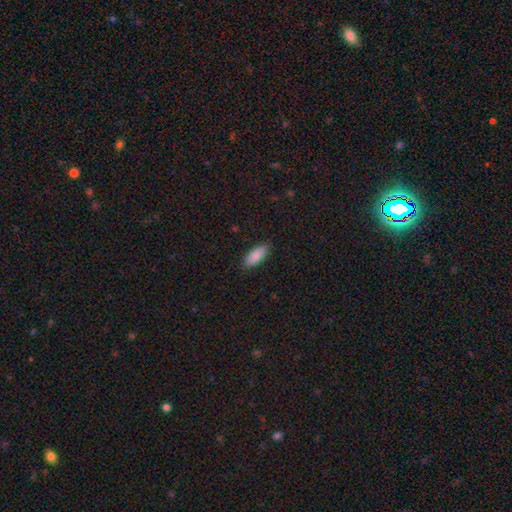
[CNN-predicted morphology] type=smooth (87%); roundness=in between (82%); merging=none (88%).